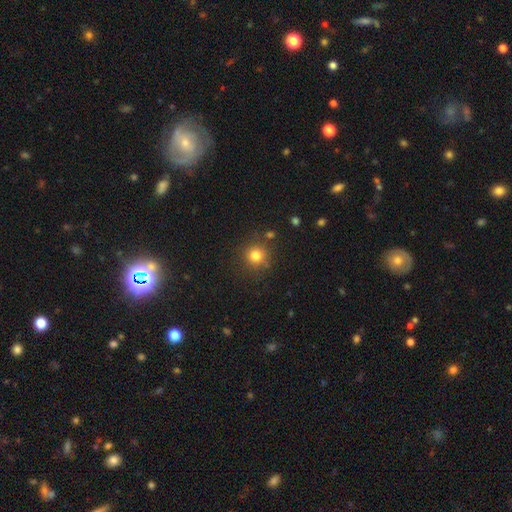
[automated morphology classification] This is likely a smooth galaxy (80%). How rounded: clearly round (93%). Merging: clearly none (82%).